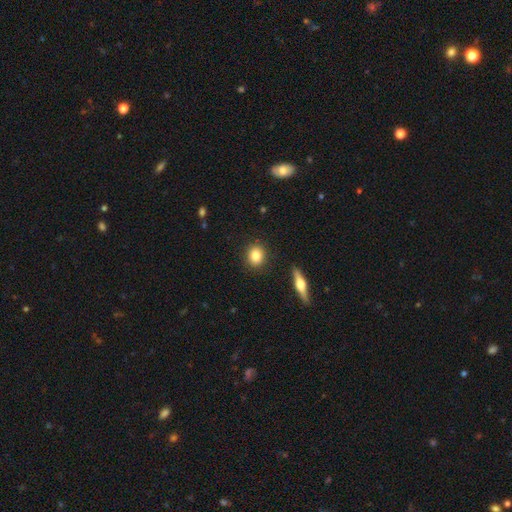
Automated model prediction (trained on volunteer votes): smooth_or_featured: smooth (p=0.83) [alt: featured or disk p=0.09]
how_rounded: round (p=0.74) [alt: in between p=0.24]
merging: none (p=0.90) [alt: minor disturbance p=0.07]